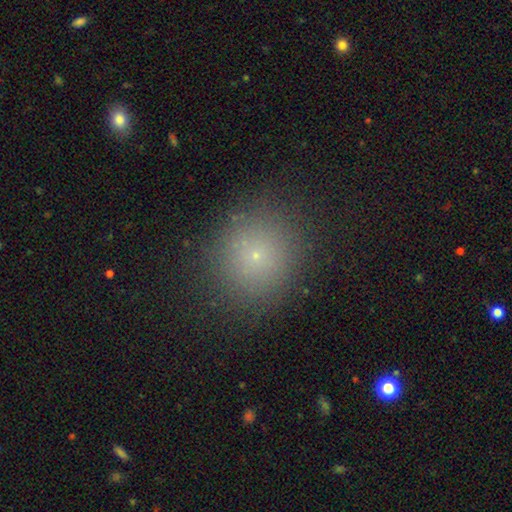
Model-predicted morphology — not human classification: Smooth or featured: smooth — 70% (star or artifact — 19%)
How rounded: round — 90% (in between — 9%)
Merging: none — 87% (minor disturbance — 8%)